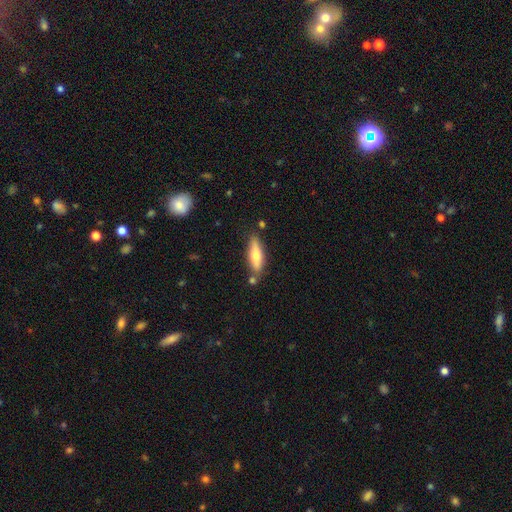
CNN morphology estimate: Smooth or featured: smooth — 60% (featured or disk — 34%)
How rounded: cigar-shaped — 57% (in between — 41%)
Merging: none — 76% (minor disturbance — 14%)